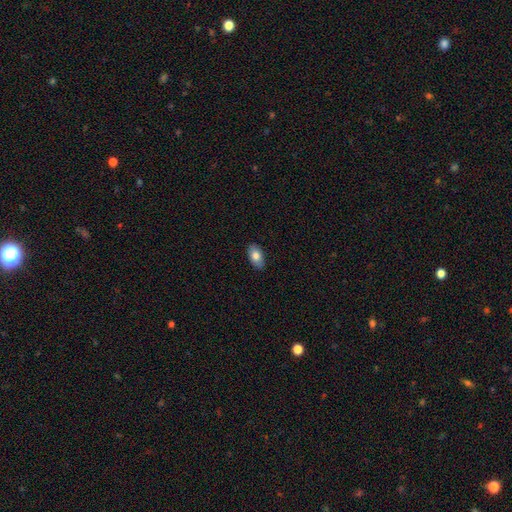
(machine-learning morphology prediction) Smooth or featured?
  - smooth: 81% *
  - featured or disk: 12%
  - star or artifact: 7%
How rounded?
  - in between: 93% *
  - round: 5%
  - cigar-shaped: 2%
Merging?
  - none: 88% *
  - minor disturbance: 10%
  - major disturbance: 2%
  - merger: 1%